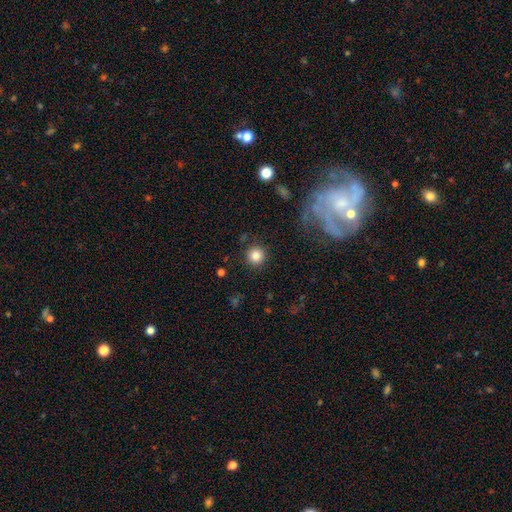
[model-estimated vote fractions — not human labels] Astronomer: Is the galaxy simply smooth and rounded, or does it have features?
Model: smooth — 84%.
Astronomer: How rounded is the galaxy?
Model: round — 94%.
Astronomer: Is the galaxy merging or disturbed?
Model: none — 89%.